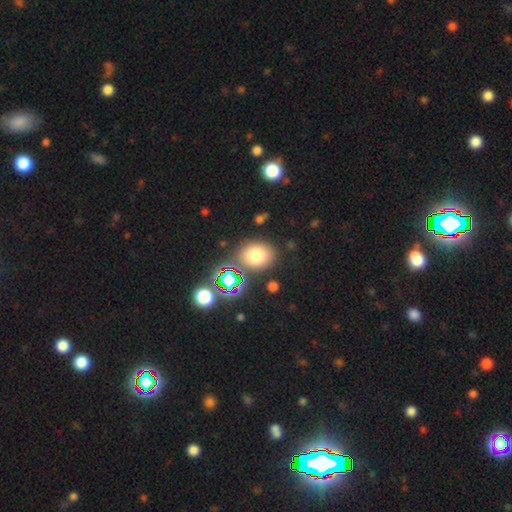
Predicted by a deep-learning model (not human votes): A smooth galaxy with no disk features (71%) that is in between round and cigar-shaped (50%).

Vote fractions:
- Smooth or featured? smooth: 71% / star or artifact: 19% / featured or disk: 10%
- How rounded? in between: 50% / round: 48% / cigar-shaped: 1%
- Merging? none: 78% / minor disturbance: 12% / merger: 6% / major disturbance: 4%